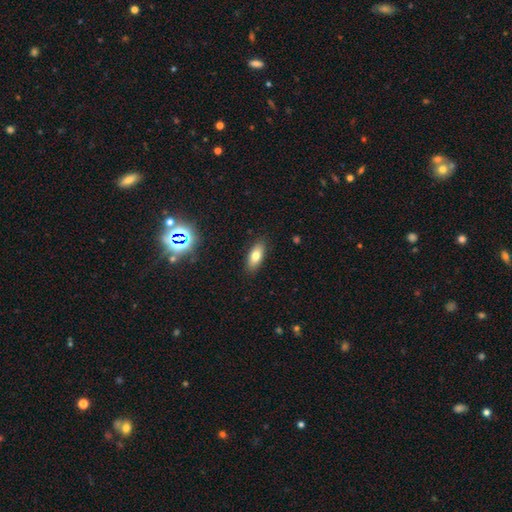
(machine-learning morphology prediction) smooth 75%, featured or disk 15%, star or artifact 10%. Down the decision tree: how rounded — in between (83%); merging — none (88%).